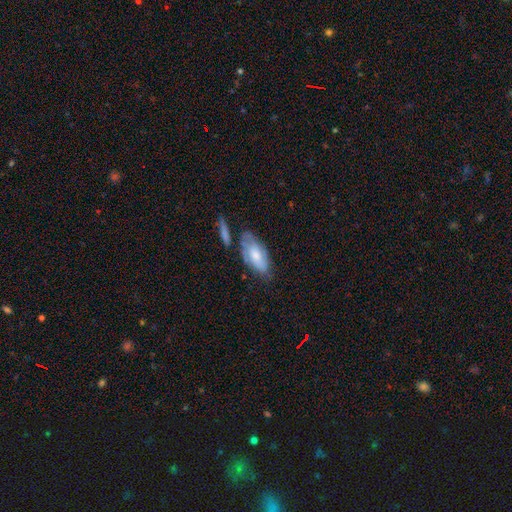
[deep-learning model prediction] Smooth or featured? smooth (61%)
How rounded? in between (88%)
Merging? none (52%)